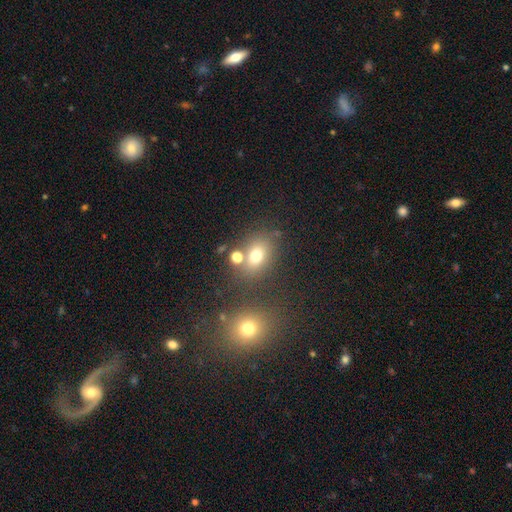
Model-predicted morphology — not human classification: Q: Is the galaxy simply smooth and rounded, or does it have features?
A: smooth — 71%.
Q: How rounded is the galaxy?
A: in between — 59%.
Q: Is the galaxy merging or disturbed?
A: none — 64%.